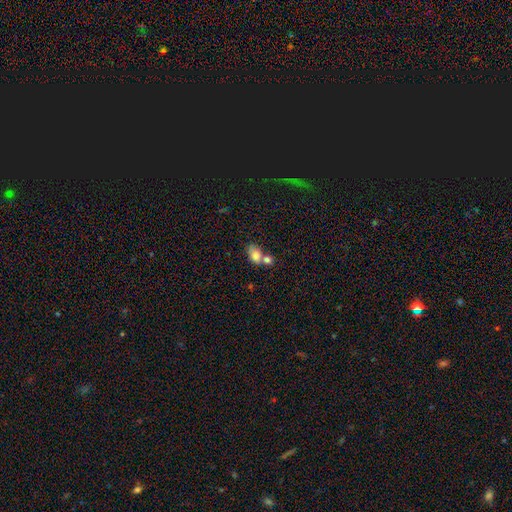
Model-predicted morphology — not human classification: Smooth or featured? smooth (80%)
How rounded? in between (79%)
Merging? merger (53%)